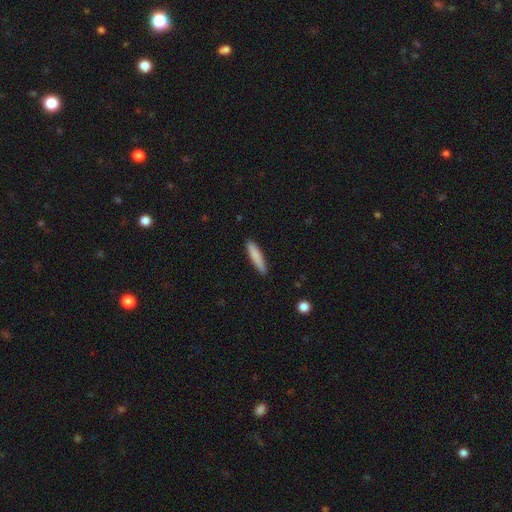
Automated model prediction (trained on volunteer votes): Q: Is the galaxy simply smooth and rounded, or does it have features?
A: smooth — 84%.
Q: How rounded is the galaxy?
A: cigar-shaped — 86%.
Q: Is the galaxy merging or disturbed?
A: none — 87%.